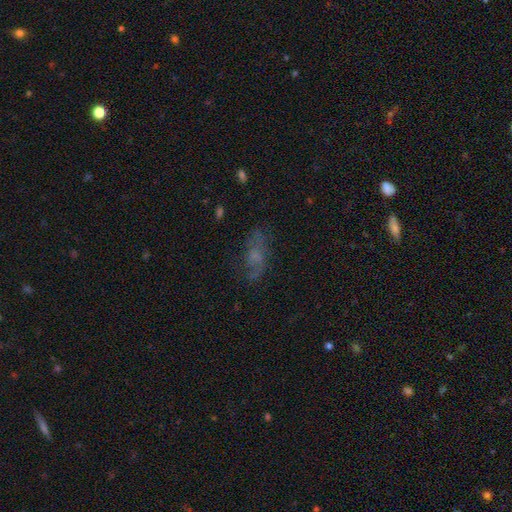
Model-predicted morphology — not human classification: Smooth or featured: featured or disk — 44% (smooth — 37%)
Merging: none — 62% (minor disturbance — 21%)